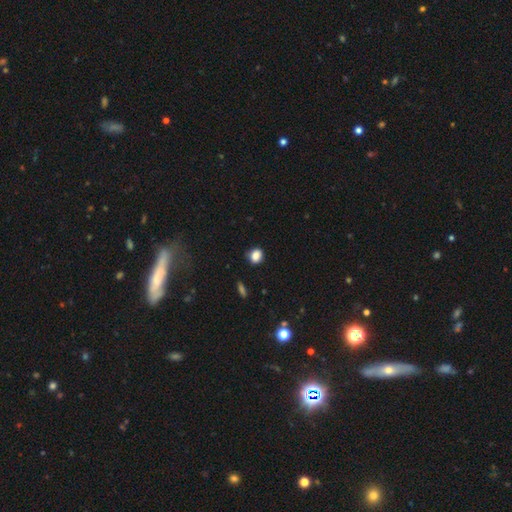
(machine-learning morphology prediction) This is clearly a smooth galaxy (85%). How rounded: likely round (61%). Merging: clearly none (80%).